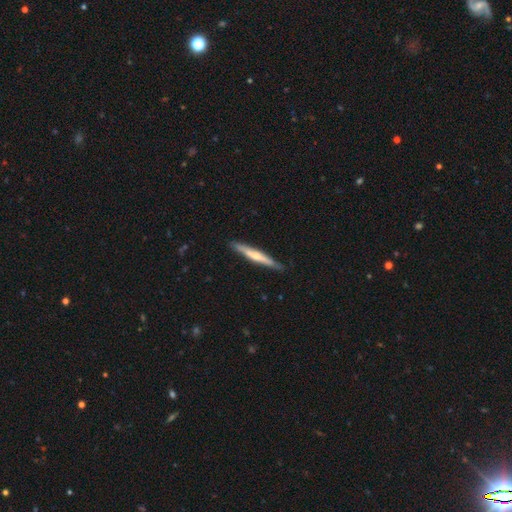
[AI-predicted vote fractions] Morphology: type=featured or disk (54%); edge-on=yes (95%); edge-on bulge=rounded (59%); merging=none (86%).